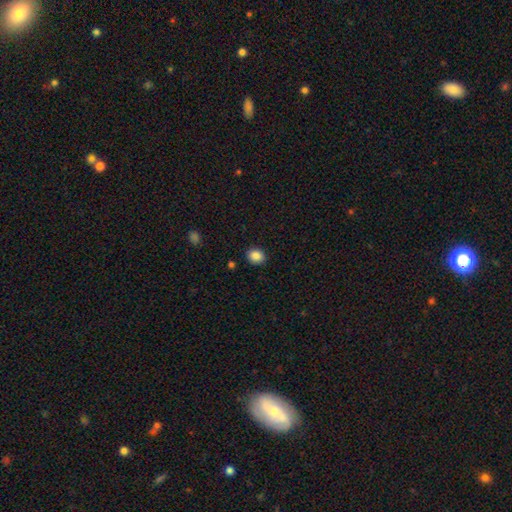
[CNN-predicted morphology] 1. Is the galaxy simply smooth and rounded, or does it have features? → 87% smooth, 9% star or artifact, 3% featured or disk.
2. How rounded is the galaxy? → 63% round, 36% in between, 1% cigar-shaped.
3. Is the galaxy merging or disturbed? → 89% none, 7% minor disturbance, 2% major disturbance, 1% merger.